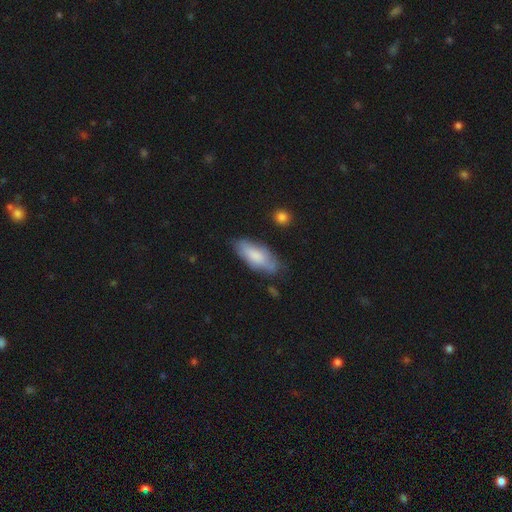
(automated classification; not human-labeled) This is likely a smooth galaxy (71%). How rounded: likely in between (80%). Merging: likely none (65%).